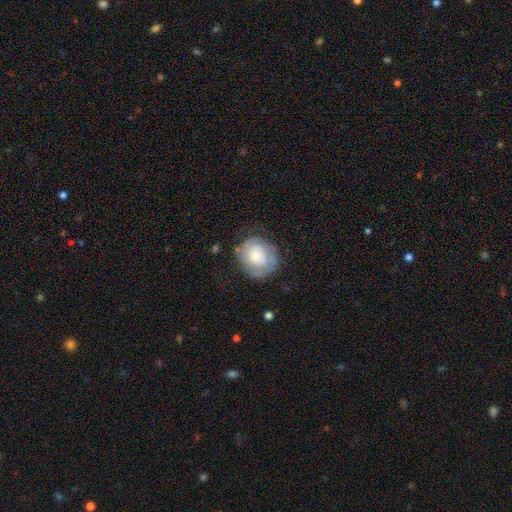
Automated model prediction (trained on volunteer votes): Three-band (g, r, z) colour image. It shows a featured or disk galaxy (56%) with no bar (84%), spiral arms (66%) and a small central bulge (51%). Merging: none (68%).